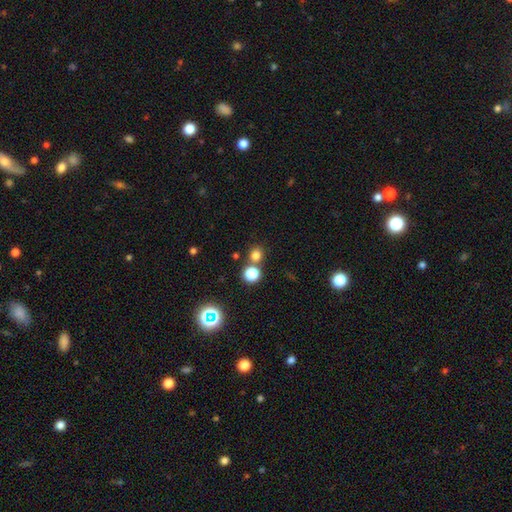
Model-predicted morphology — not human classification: smooth-or-featured: smooth: 74% | star or artifact: 20% | featured or disk: 6%
  how-rounded: round: 87% | in between: 12% | cigar-shaped: 1%
  merging: none: 68% | merger: 23% | minor disturbance: 7% | major disturbance: 3%